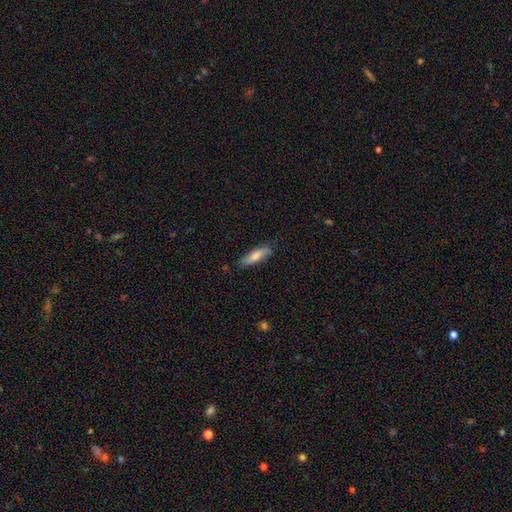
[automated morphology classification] Overall: smooth (78%). How rounded: cigar-shaped (57%; in between 41%). Merging: none (80%).